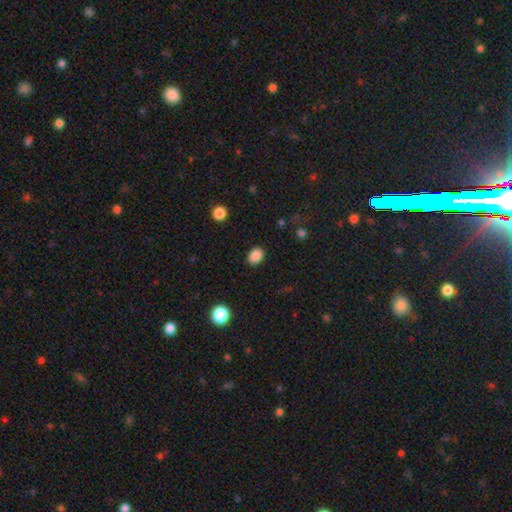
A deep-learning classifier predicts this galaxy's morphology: type=smooth (87%); roundness=in between (64%); merging=none (88%).